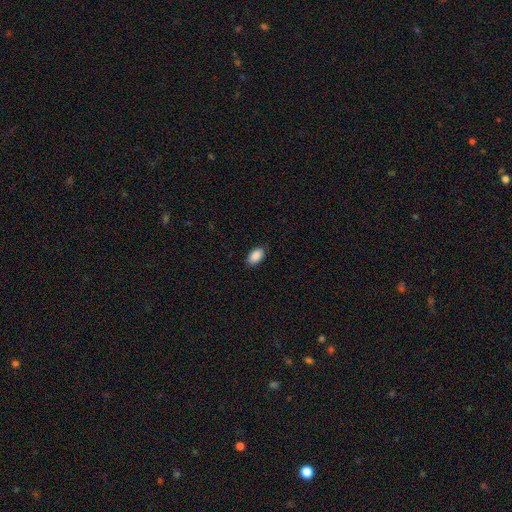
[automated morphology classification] type=smooth (90%); roundness=in between (93%); merging=none (85%).